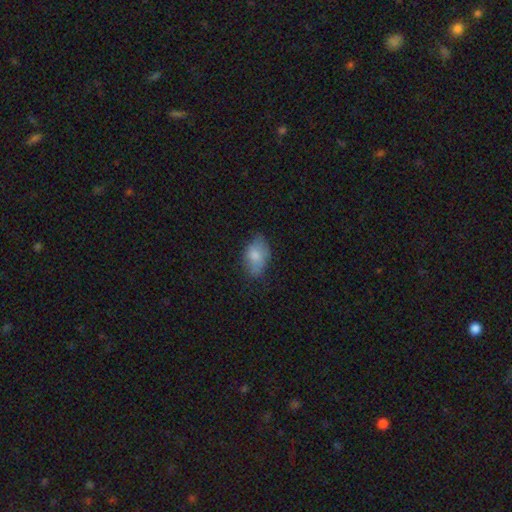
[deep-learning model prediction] Smooth or featured?
  - smooth: 77% *
  - featured or disk: 15%
  - star or artifact: 8%
How rounded?
  - in between: 90% *
  - round: 9%
  - cigar-shaped: 2%
Merging?
  - none: 58% *
  - minor disturbance: 32%
  - major disturbance: 9%
  - merger: 2%